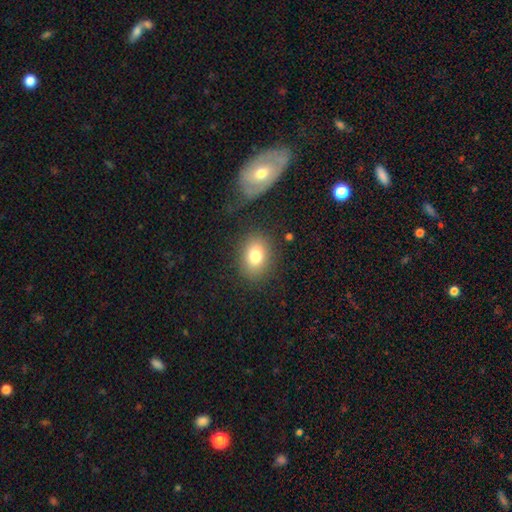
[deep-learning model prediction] Smooth or featured? Predicted: smooth (p=0.80). How rounded? Predicted: in between (p=0.62). Merging? Predicted: none (p=0.82).